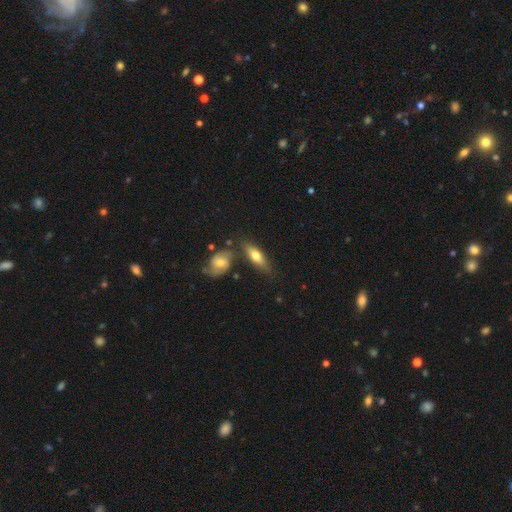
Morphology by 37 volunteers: This appears to be a smooth galaxy with no disk features (68%) that is in between round and cigar-shaped (60%). Merging: none (49%).